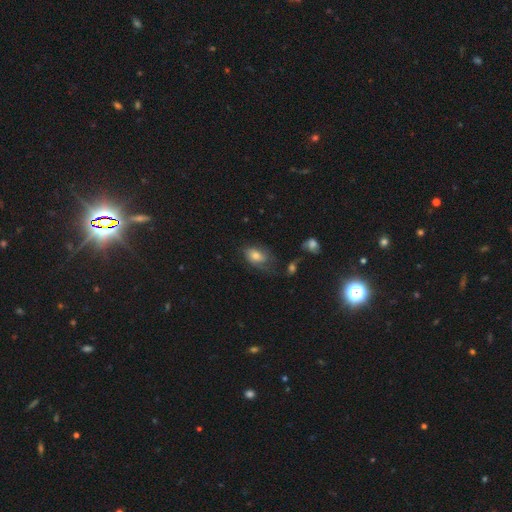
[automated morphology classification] Overall: smooth (63%; featured or disk 28%). How rounded: in between (88%). Merging: none (47%; minor disturbance 27%).